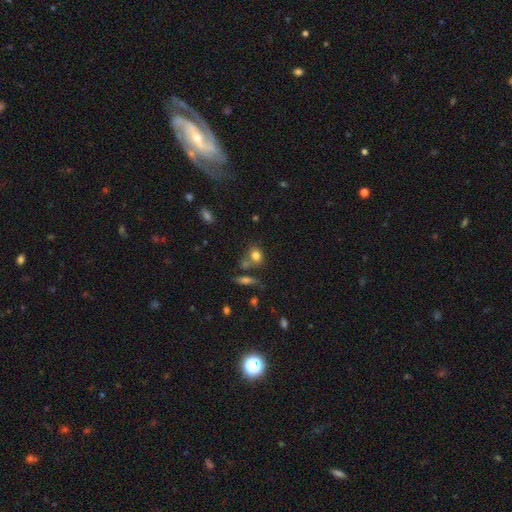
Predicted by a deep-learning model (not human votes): Smooth or featured? Predicted: smooth (p=0.79). How rounded? Predicted: round (p=0.52). Merging? Predicted: none (p=0.58).